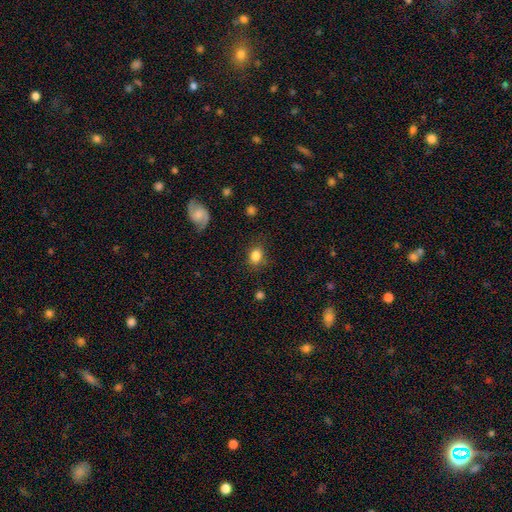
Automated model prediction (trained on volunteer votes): This appears to be a smooth galaxy with no disk features (83%) that is in between round and cigar-shaped (56%). Merging: none (76%).